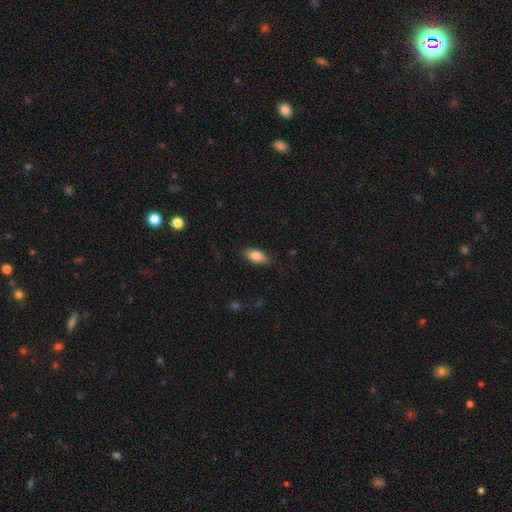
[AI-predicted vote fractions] Smooth or featured?
  - smooth: 83% *
  - featured or disk: 10%
  - star or artifact: 7%
How rounded?
  - in between: 88% *
  - cigar-shaped: 9%
  - round: 3%
Merging?
  - none: 86% *
  - minor disturbance: 11%
  - major disturbance: 2%
  - merger: 1%